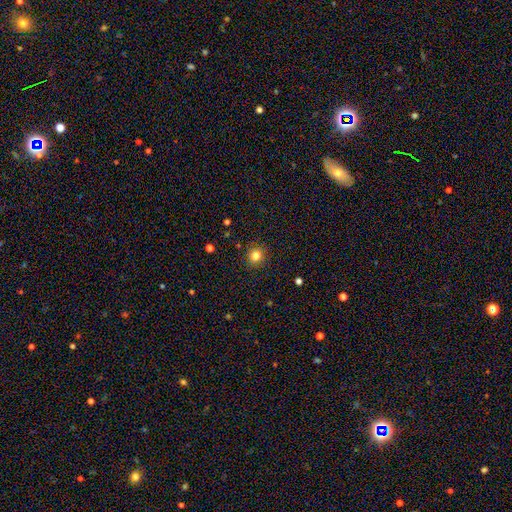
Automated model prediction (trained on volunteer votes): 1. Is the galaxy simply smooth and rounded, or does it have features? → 82% smooth, 12% star or artifact, 6% featured or disk.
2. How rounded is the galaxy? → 92% round, 7% in between, 1% cigar-shaped.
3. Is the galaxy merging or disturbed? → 91% none, 6% minor disturbance, 2% major disturbance, 1% merger.